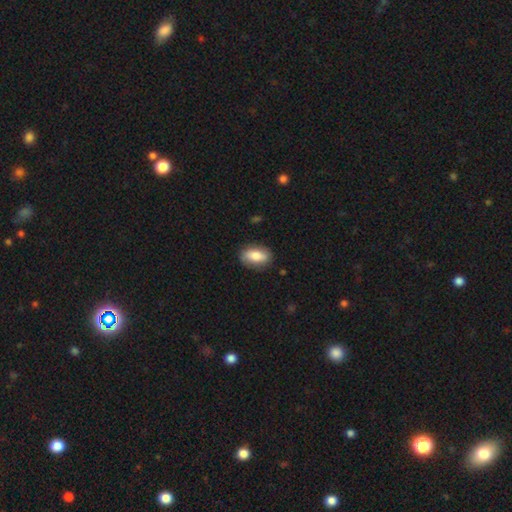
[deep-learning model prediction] smooth_or_featured: smooth (p=0.75) [alt: featured or disk p=0.19]
how_rounded: in between (p=0.87) [alt: round p=0.08]
merging: none (p=0.83) [alt: minor disturbance p=0.13]